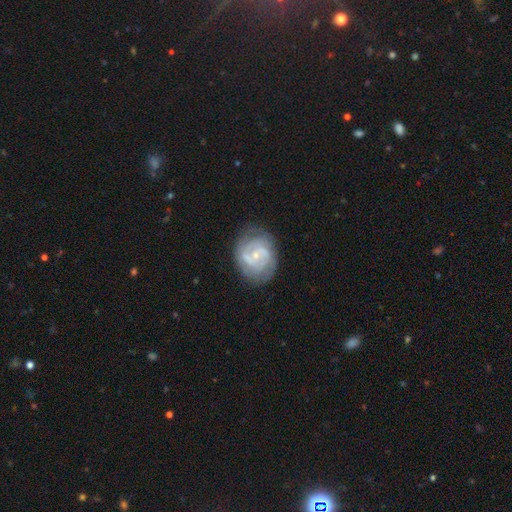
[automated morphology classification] Smooth or featured?
  - featured or disk: 79% *
  - smooth: 15%
  - star or artifact: 6%
Edge-on disk?
  - no: 98% *
  - yes: 2%
Bar?
  - no: 48% *
  - weak: 43%
  - strong: 9%
Spiral arms?
  - yes: 91% *
  - no: 9%
Spiral winding?
  - tight: 47% *
  - medium: 41%
  - loose: 12%
Spiral arm count?
  - 2: 56% *
  - can't tell: 22%
  - 3: 12%
  - 4: 3%
  - 1: 3%
  - more than 4: 3%
Bulge size?
  - small: 71% *
  - moderate: 24%
  - none: 3%
  - large: 1%
  - dominant: 1%
Merging?
  - none: 72% *
  - minor disturbance: 18%
  - major disturbance: 8%
  - merger: 2%